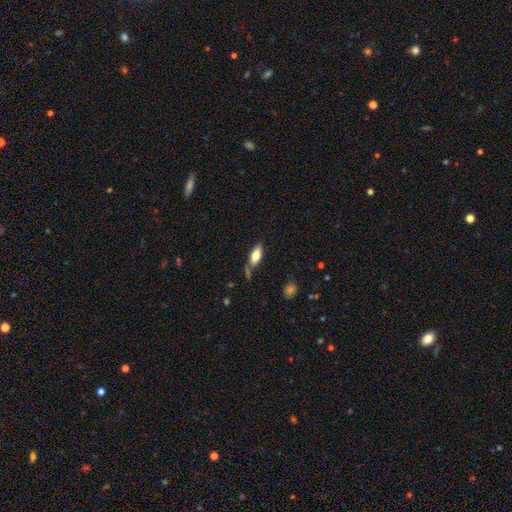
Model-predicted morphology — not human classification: type=smooth (71%); roundness=in between (77%); merging=none (66%).